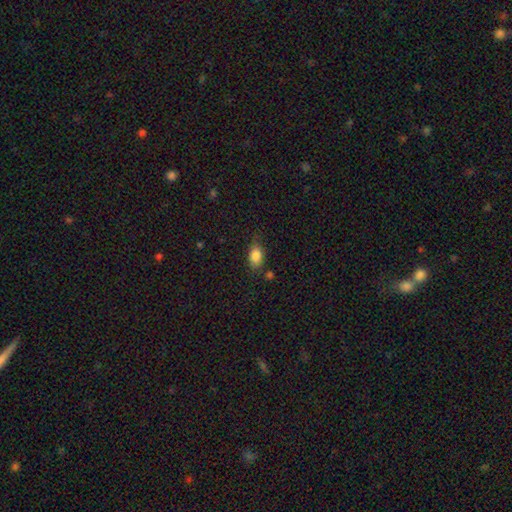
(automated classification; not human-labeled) A smooth galaxy with no disk features (85%) that is in between round and cigar-shaped (84%).

Vote fractions:
- Smooth or featured? smooth: 85% / star or artifact: 9% / featured or disk: 6%
- How rounded? in between: 84% / round: 14% / cigar-shaped: 3%
- Merging? none: 68% / minor disturbance: 23% / major disturbance: 5% / merger: 4%